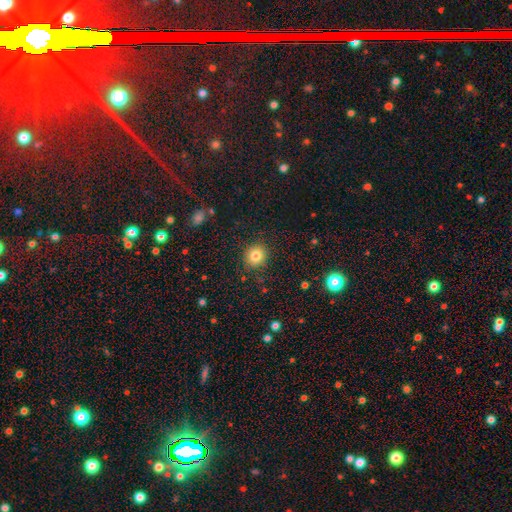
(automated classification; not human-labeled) smooth-or-featured: smooth: 80% | star or artifact: 12% | featured or disk: 7%
  how-rounded: round: 87% | in between: 12% | cigar-shaped: 1%
  merging: none: 89% | minor disturbance: 7% | major disturbance: 3% | merger: 1%